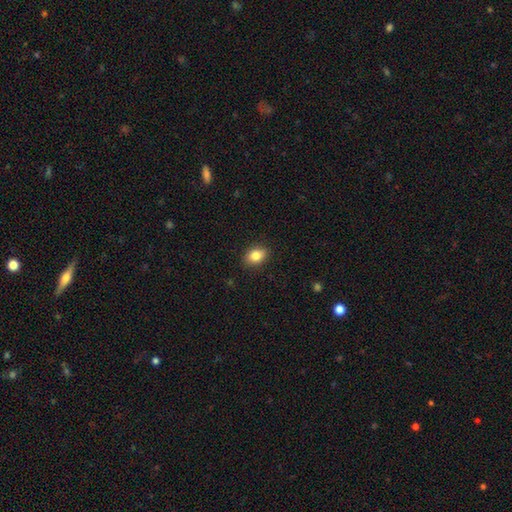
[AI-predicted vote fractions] smooth 84%, star or artifact 9%, featured or disk 7%. Down the decision tree: how rounded — in between (73%); merging — none (88%).